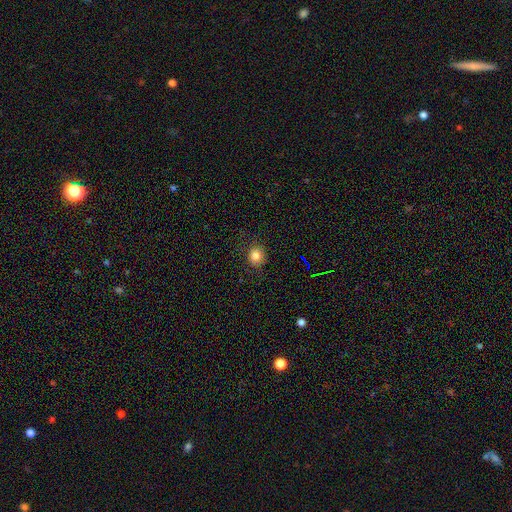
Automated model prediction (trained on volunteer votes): smooth-or-featured: smooth: 83% | star or artifact: 12% | featured or disk: 5%
  how-rounded: round: 77% | in between: 22% | cigar-shaped: 1%
  merging: none: 84% | minor disturbance: 12% | major disturbance: 4% | merger: 1%